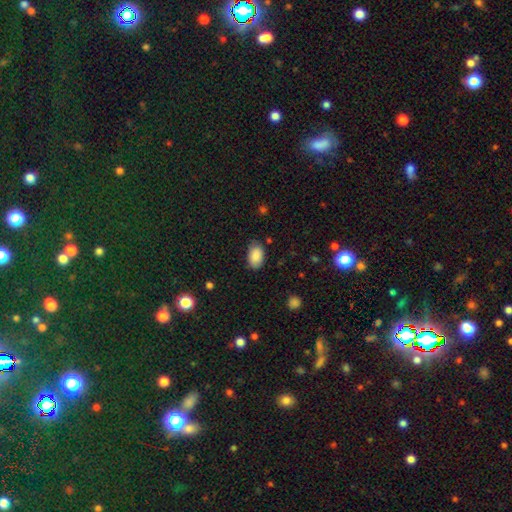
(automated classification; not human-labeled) This appears to be a smooth galaxy with no disk features (89%) that is in between round and cigar-shaped (91%). Merging: none (78%).